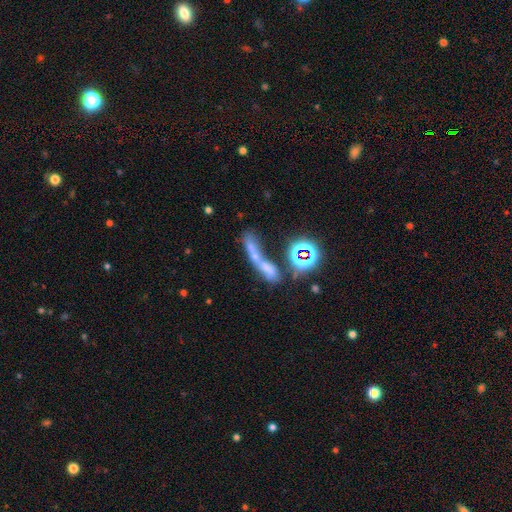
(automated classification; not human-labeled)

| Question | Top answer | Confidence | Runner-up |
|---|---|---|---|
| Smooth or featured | smooth | 37% | star or artifact (33%) |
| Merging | merger | 48% | none (31%) |